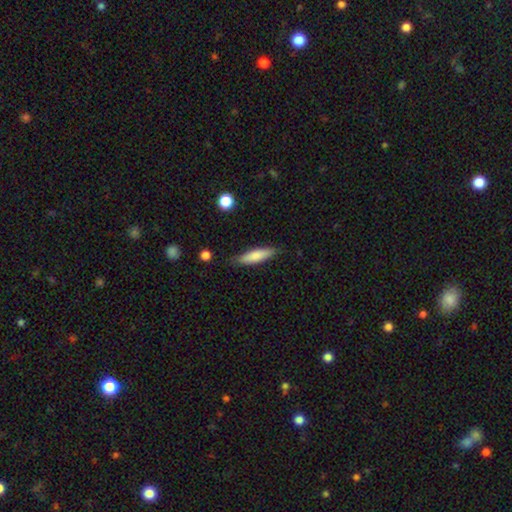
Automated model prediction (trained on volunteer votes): smooth-or-featured: smooth: 77% | featured or disk: 17% | star or artifact: 6%
  how-rounded: cigar-shaped: 71% | in between: 28% | round: 2%
  merging: none: 83% | minor disturbance: 13% | major disturbance: 2% | merger: 2%